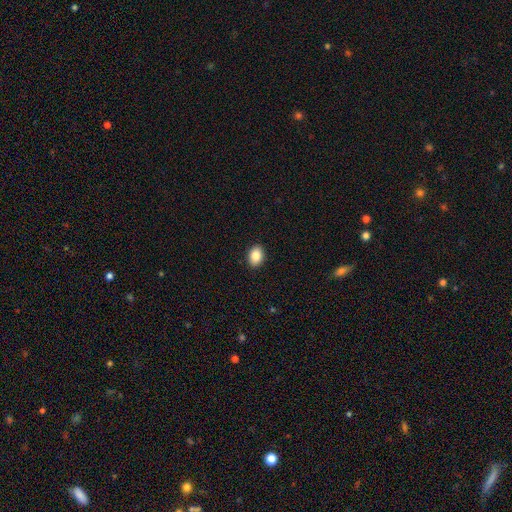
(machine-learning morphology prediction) smooth 87%, star or artifact 8%, featured or disk 5%. Down the decision tree: how rounded — in between (74%); merging — none (91%).